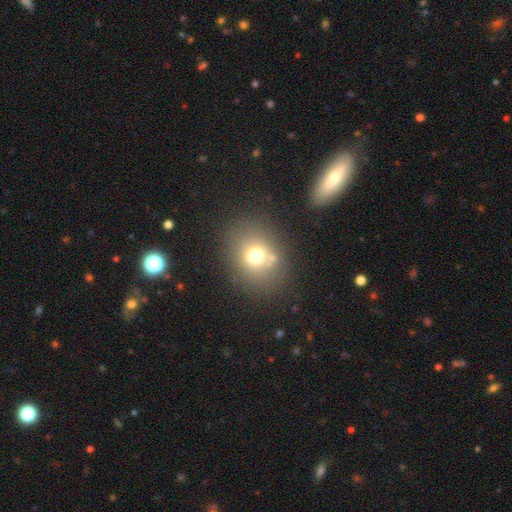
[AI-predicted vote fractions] A smooth galaxy with no disk features (68%) that is round (64%). Merging: none (73%).